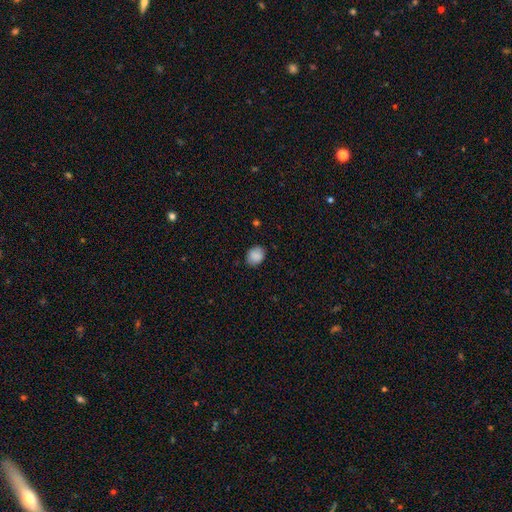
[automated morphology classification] Smooth or featured: smooth — 88% (star or artifact — 8%)
How rounded: round — 55% (in between — 45%)
Merging: none — 82% (minor disturbance — 14%)